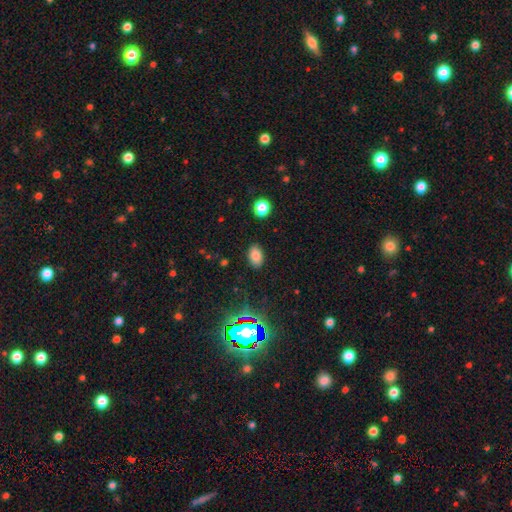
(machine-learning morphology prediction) smooth-or-featured: smooth: 79% | star or artifact: 14% | featured or disk: 7%
  how-rounded: in between: 89% | round: 10% | cigar-shaped: 2%
  merging: none: 86% | minor disturbance: 10% | major disturbance: 3% | merger: 1%